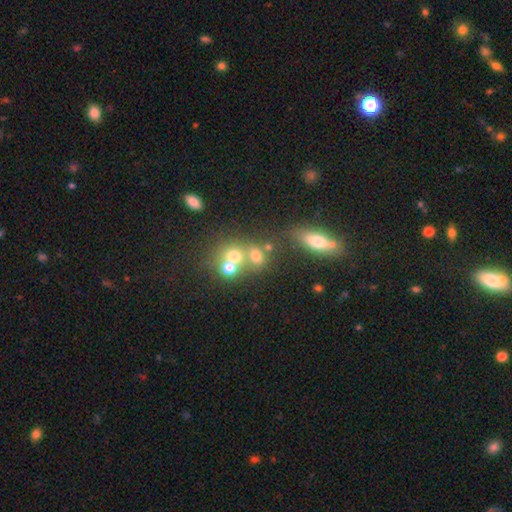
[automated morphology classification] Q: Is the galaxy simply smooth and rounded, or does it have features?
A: smooth — 65%.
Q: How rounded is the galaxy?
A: round — 61%.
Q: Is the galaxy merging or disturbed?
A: merger — 44%.